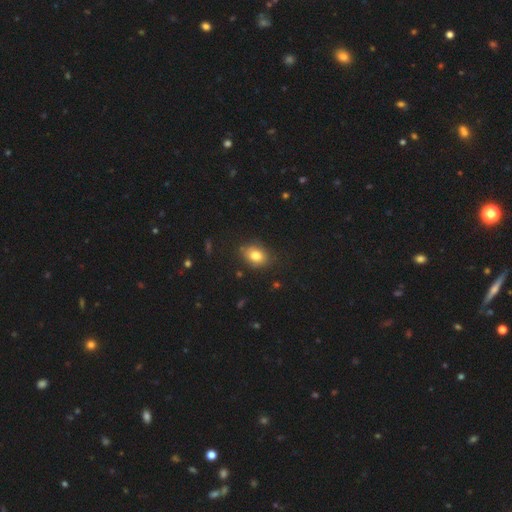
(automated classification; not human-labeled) This appears to be a smooth galaxy with no disk features (80%) that is in between round and cigar-shaped (68%). Merging: none (78%).